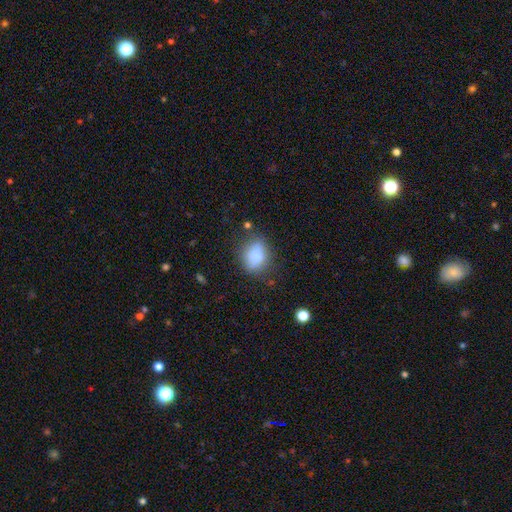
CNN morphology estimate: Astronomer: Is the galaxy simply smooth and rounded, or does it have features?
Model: smooth — 82%.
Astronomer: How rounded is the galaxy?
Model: in between — 66%.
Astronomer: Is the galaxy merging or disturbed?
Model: none — 67%.